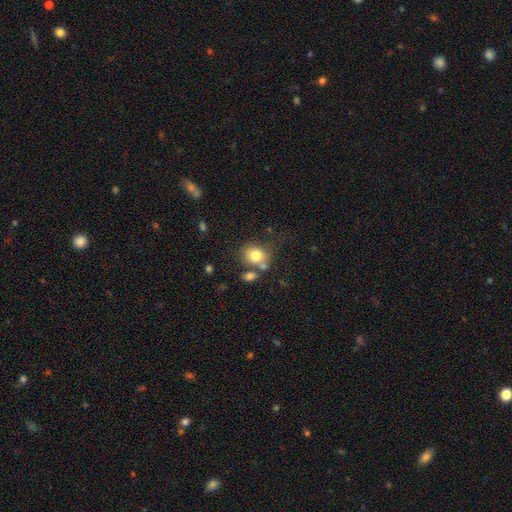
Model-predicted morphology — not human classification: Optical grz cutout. It shows a smooth galaxy with no disk features (78%) that is round (66%). Merging: none (55%).